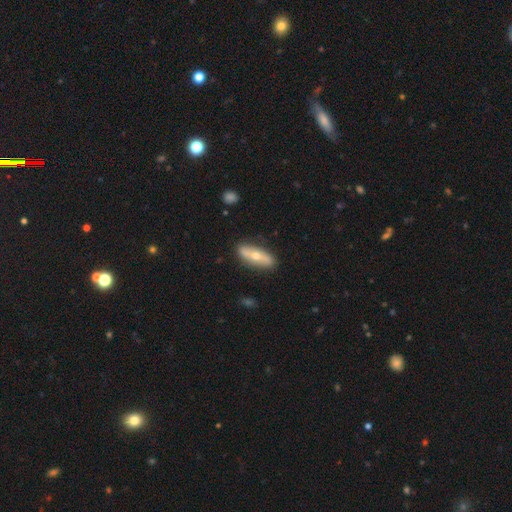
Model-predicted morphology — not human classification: smooth-or-featured: featured or disk: 53% | smooth: 41% | star or artifact: 5%
  disk-edge-on: no: 54% | yes: 46%
  merging: none: 84% | minor disturbance: 11% | major disturbance: 3% | merger: 2%